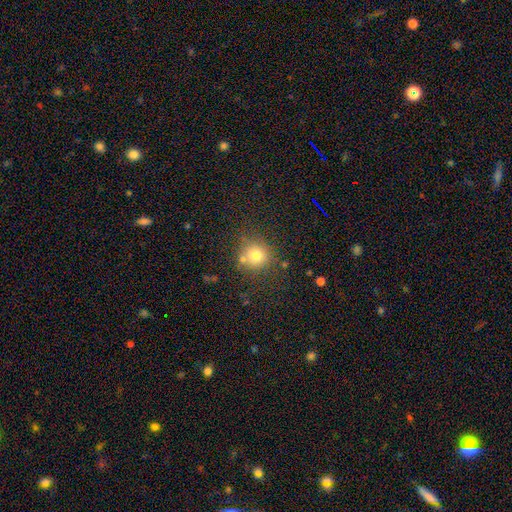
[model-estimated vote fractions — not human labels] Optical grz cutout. It shows a smooth galaxy with no disk features (74%) that is round (91%). Merging: none (73%).